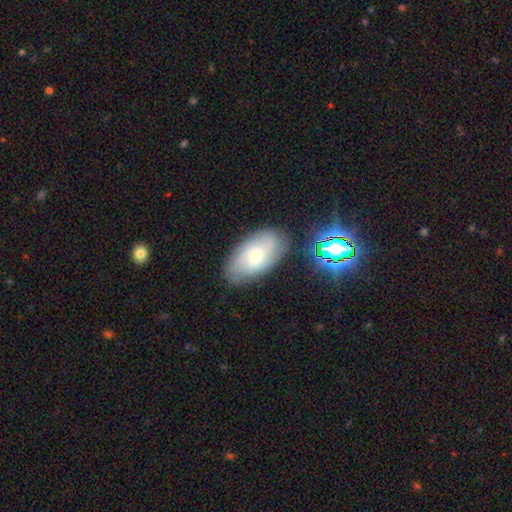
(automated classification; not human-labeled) Morphology: type=featured or disk (57%); edge-on=no (94%); bar=no (68%); spiral arms=yes (87%); bulge=small (61%); merging=none (78%).